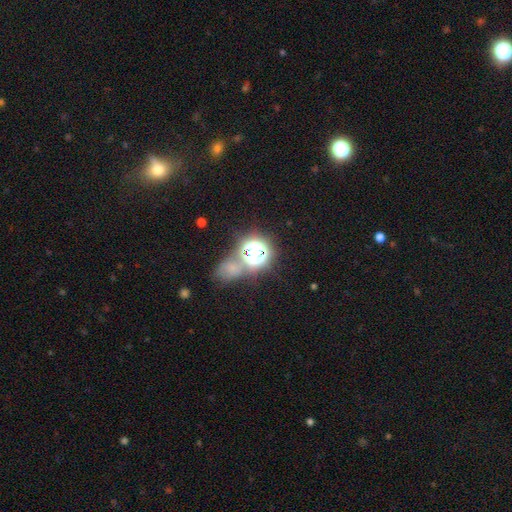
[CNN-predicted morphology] star or artifact 65%, smooth 26%, featured or disk 9%.